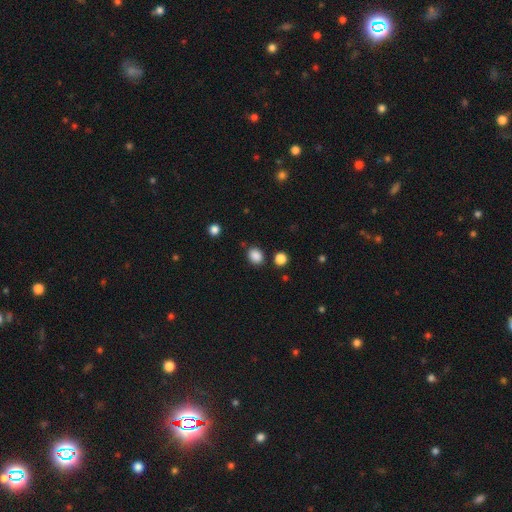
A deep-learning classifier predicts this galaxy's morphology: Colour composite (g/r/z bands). It shows a smooth galaxy with no disk features (86%) that is round (52%). Merging: none (81%).